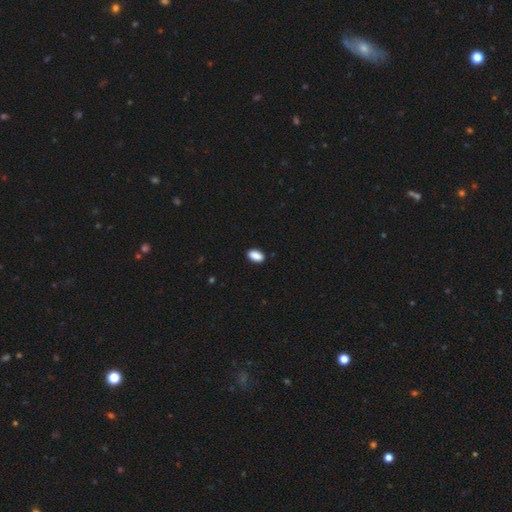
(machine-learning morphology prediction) Smooth or featured?
  - smooth: 90% *
  - star or artifact: 7%
  - featured or disk: 3%
How rounded?
  - in between: 93% *
  - round: 5%
  - cigar-shaped: 3%
Merging?
  - none: 88% *
  - minor disturbance: 9%
  - major disturbance: 2%
  - merger: 1%